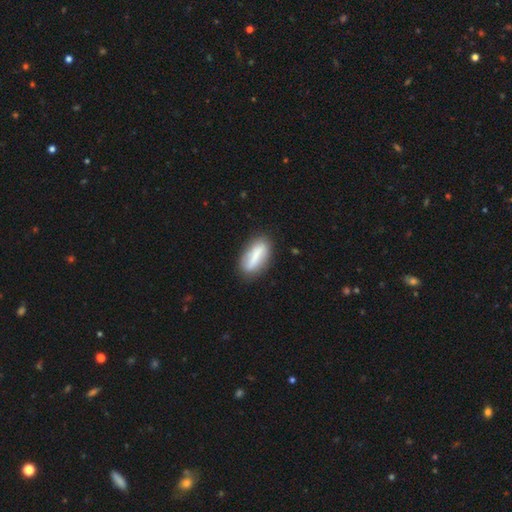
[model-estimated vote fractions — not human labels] A smooth galaxy with no disk features (65%) that is in between round and cigar-shaped (66%).

Vote fractions:
- Smooth or featured? smooth: 65% / featured or disk: 27% / star or artifact: 7%
- How rounded? in between: 66% / cigar-shaped: 31% / round: 3%
- Merging? none: 79% / minor disturbance: 15% / major disturbance: 4% / merger: 3%